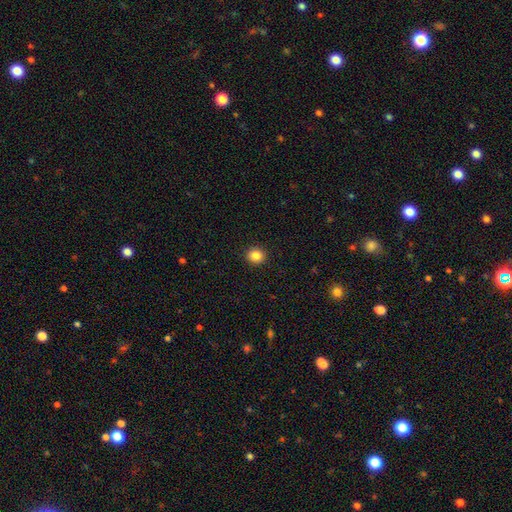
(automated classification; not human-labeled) smooth 86%, star or artifact 10%, featured or disk 4%. Down the decision tree: how rounded — round (87%); merging — none (92%).